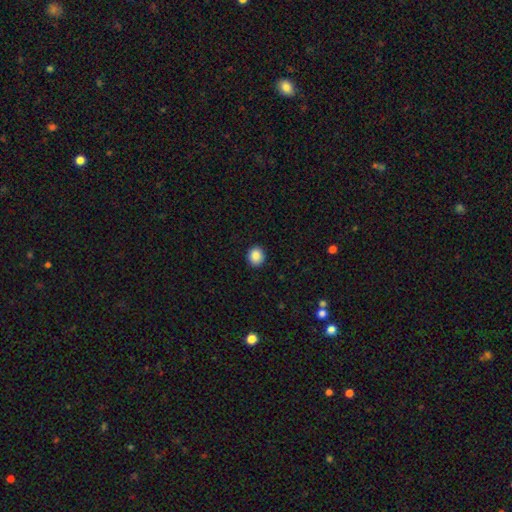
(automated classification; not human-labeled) A smooth galaxy with no disk features (88%) that is round (76%).

Vote fractions:
- Smooth or featured? smooth: 88% / star or artifact: 9% / featured or disk: 3%
- How rounded? round: 76% / in between: 23% / cigar-shaped: 1%
- Merging? none: 91% / minor disturbance: 6% / major disturbance: 2% / merger: 1%